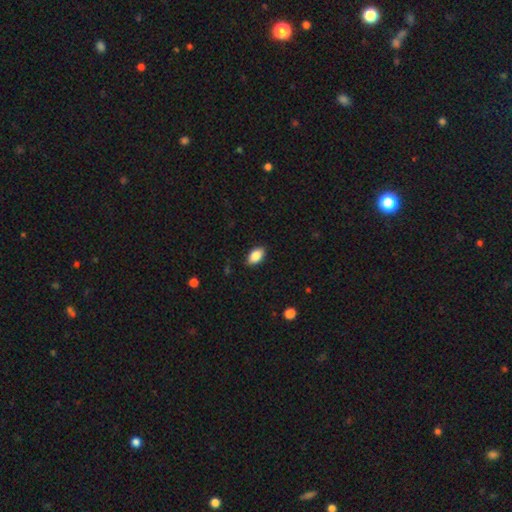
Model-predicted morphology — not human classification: A smooth galaxy with no disk features (87%) that is in between round and cigar-shaped (92%). Merging: none (87%).